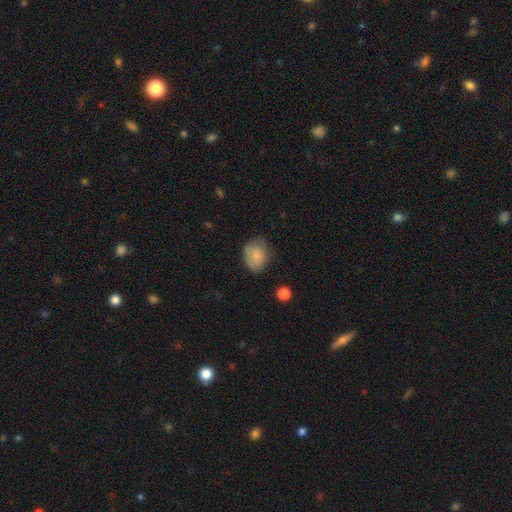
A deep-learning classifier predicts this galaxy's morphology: Smooth or featured? smooth (82%)
How rounded? in between (52%)
Merging? none (61%)